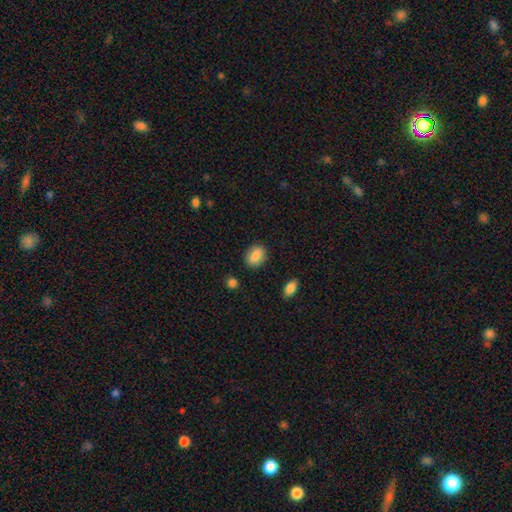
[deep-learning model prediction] A smooth galaxy with no disk features (87%) that is in between round and cigar-shaped (67%).

Vote fractions:
- Smooth or featured? smooth: 87% / star or artifact: 7% / featured or disk: 6%
- How rounded? in between: 67% / round: 32% / cigar-shaped: 2%
- Merging? none: 85% / minor disturbance: 11% / major disturbance: 3% / merger: 2%